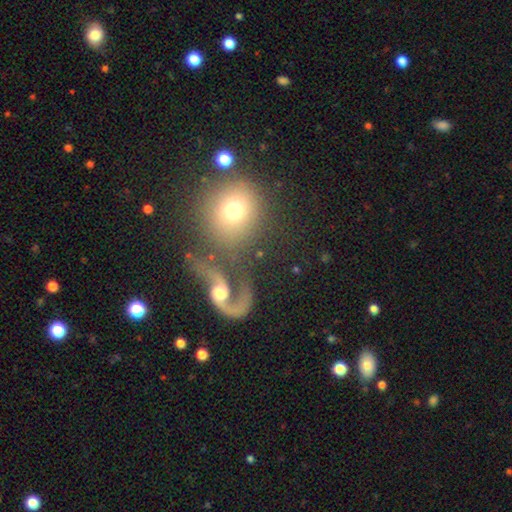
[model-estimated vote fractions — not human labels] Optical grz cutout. It shows a featured or disk galaxy (41%). Merging: none (48%).